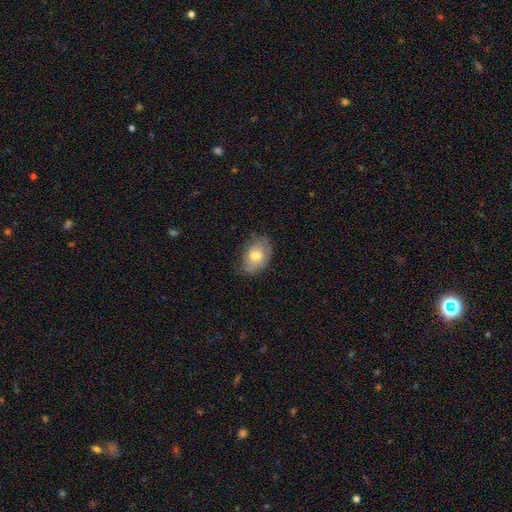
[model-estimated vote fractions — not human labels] Q: Smooth or featured?
A: smooth (60%); runner-up: featured or disk (32%)
Q: How rounded?
A: in between (79%); runner-up: round (20%)
Q: Merging?
A: none (62%); runner-up: minor disturbance (29%)